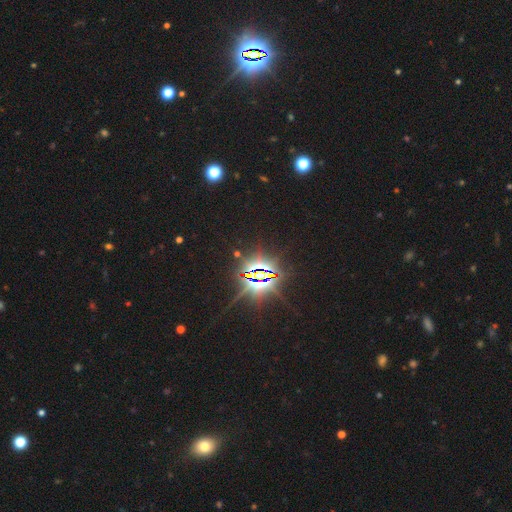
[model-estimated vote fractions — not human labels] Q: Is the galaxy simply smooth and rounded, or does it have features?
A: star or artifact — 87%.